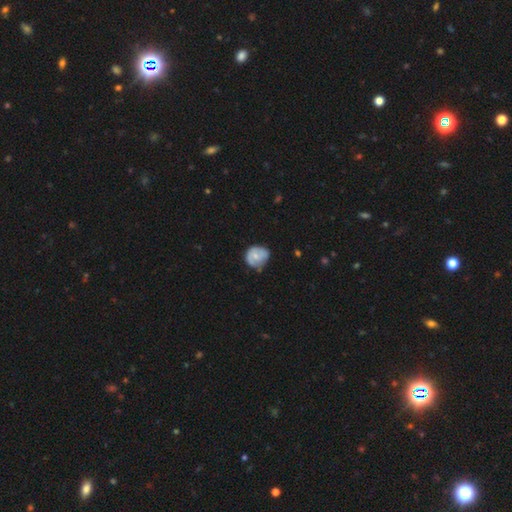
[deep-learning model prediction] A smooth galaxy with no disk features (50%).

Vote fractions:
- Smooth or featured? smooth: 50% / featured or disk: 44% / star or artifact: 6%
- Merging? none: 51% / minor disturbance: 37% / major disturbance: 10% / merger: 2%